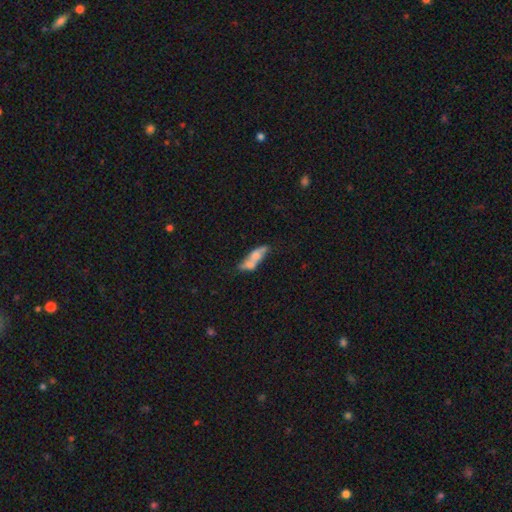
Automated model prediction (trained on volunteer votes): This is possibly a smooth galaxy (51%). How rounded: possibly in between (59%). Merging: possibly merger (45%).